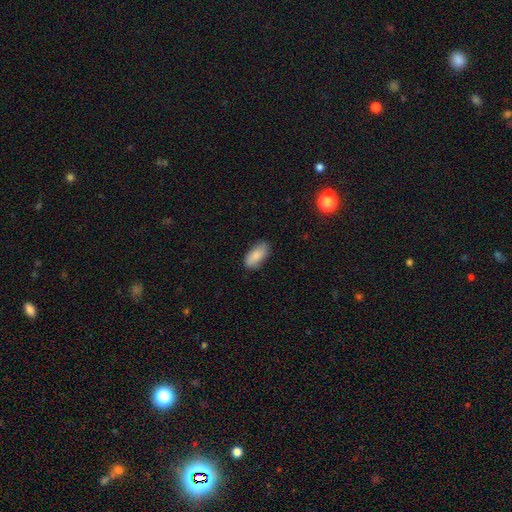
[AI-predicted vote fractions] Smooth or featured: smooth — 84% (featured or disk — 10%)
How rounded: in between — 90% (cigar-shaped — 8%)
Merging: none — 82% (minor disturbance — 15%)